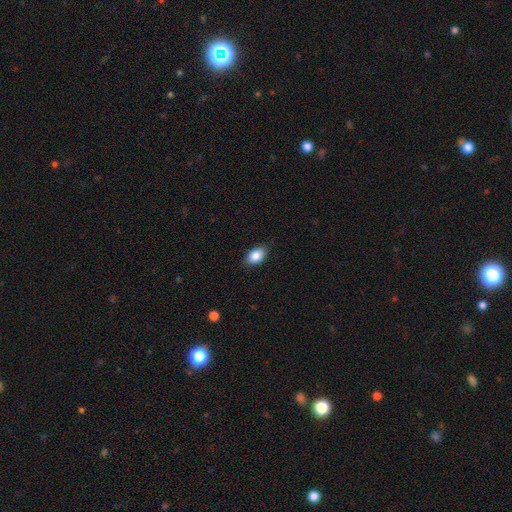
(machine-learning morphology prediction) Overall: smooth (87%). How rounded: in between (90%). Merging: none (84%).